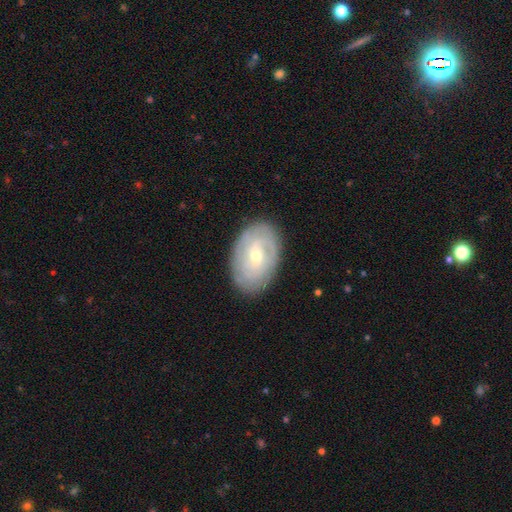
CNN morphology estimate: Smooth or featured?
  - featured or disk: 72% *
  - smooth: 22%
  - star or artifact: 6%
Edge-on disk?
  - no: 95% *
  - yes: 5%
Bar?
  - no: 50% *
  - weak: 39%
  - strong: 11%
Spiral arms?
  - yes: 82% *
  - no: 18%
Spiral winding?
  - tight: 71% *
  - medium: 22%
  - loose: 7%
Spiral arm count?
  - can't tell: 47% *
  - 2: 27%
  - 3: 11%
  - 4: 6%
  - 1: 4%
  - more than 4: 4%
Bulge size?
  - small: 65% *
  - moderate: 33%
  - large: 1%
  - none: 1%
  - dominant: 1%
Merging?
  - none: 85% *
  - minor disturbance: 11%
  - major disturbance: 3%
  - merger: 1%